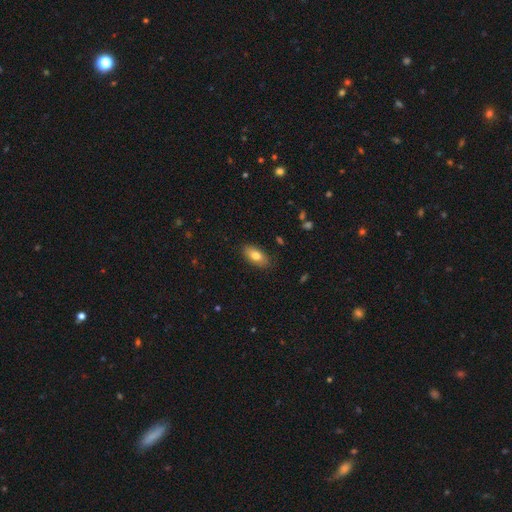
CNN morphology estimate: smooth 77%, featured or disk 16%, star or artifact 7%. Down the decision tree: how rounded — in between (90%); merging — none (86%).